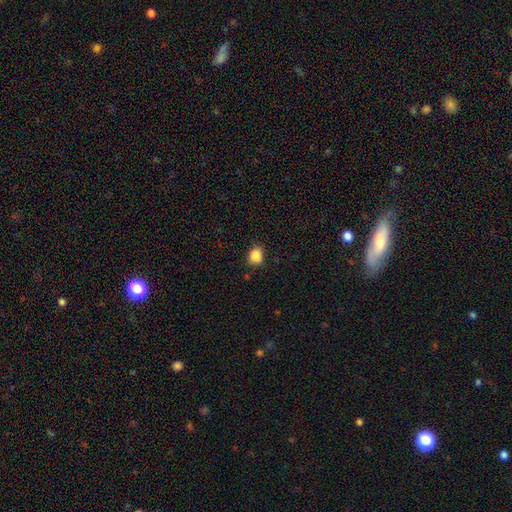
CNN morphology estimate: The model was most divided on "how rounded": round: 52%, in between: 47%, cigar-shaped: 1%. More confident: smooth or featured — smooth (86%); merging — none (80%).